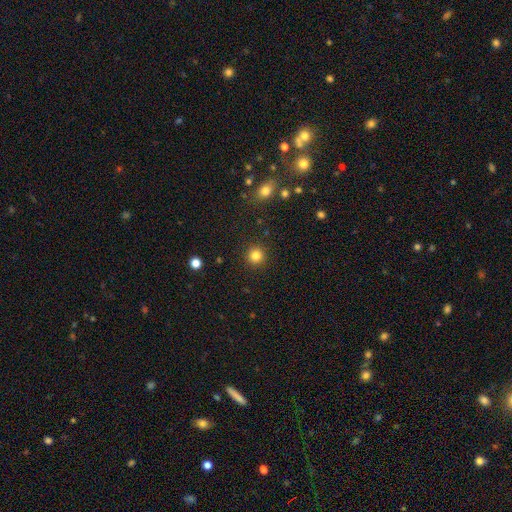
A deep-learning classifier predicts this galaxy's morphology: Overall: smooth (83%). How rounded: round (94%). Merging: none (91%).